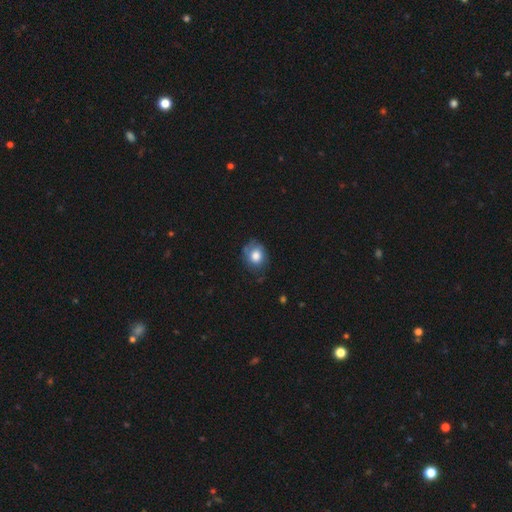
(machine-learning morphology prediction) This is likely a smooth galaxy (73%). How rounded: possibly round (58%). Merging: likely none (63%).